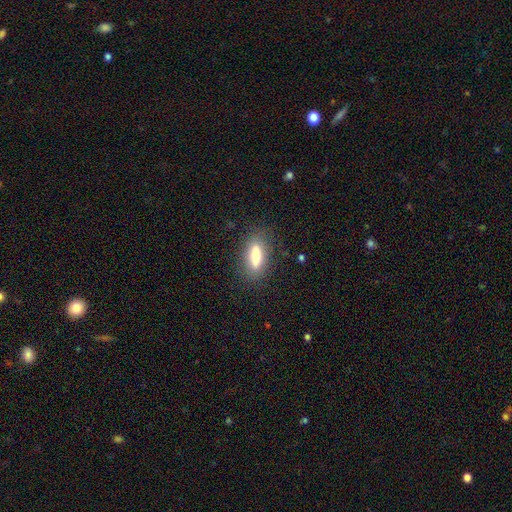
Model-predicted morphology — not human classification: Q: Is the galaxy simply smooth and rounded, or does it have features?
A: smooth — 77%.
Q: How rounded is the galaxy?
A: cigar-shaped — 49%.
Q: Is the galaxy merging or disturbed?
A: none — 83%.